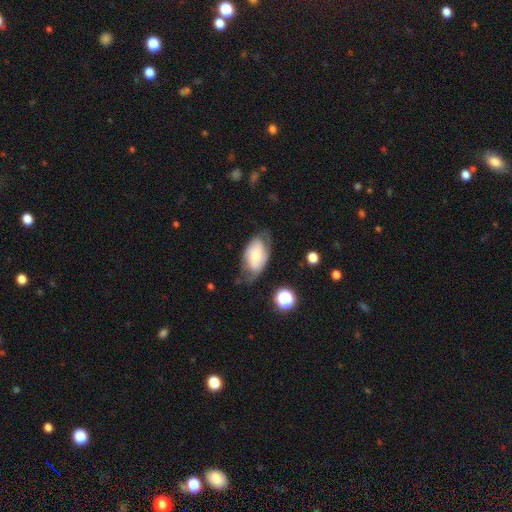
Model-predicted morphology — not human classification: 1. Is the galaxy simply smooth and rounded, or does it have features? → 49% smooth, 43% featured or disk, 8% star or artifact.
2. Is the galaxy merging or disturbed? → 54% none, 31% minor disturbance, 13% major disturbance, 2% merger.